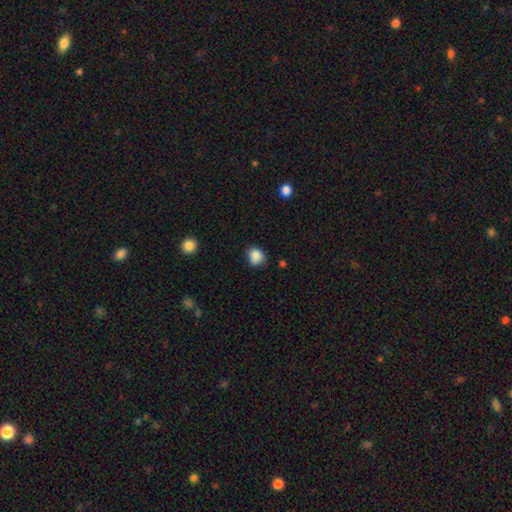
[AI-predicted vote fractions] Morphology: type=smooth (85%); roundness=round (69%); merging=none (67%).